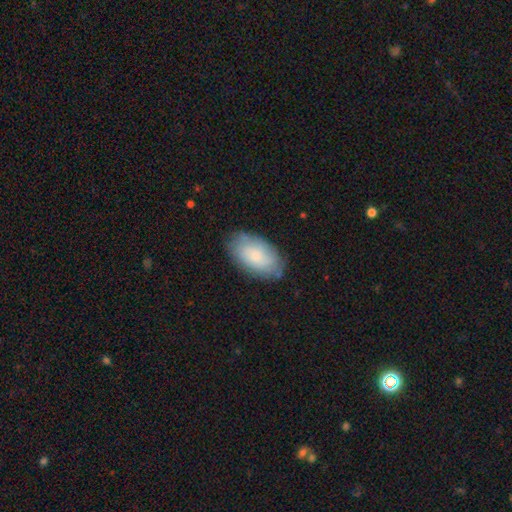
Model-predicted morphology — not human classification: This is likely a smooth galaxy (70%). How rounded: clearly in between (94%). Merging: likely none (78%).